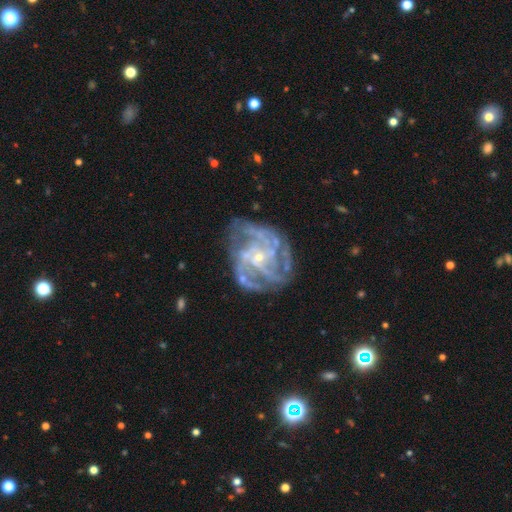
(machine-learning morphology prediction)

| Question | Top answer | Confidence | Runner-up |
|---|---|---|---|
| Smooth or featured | featured or disk | 87% | star or artifact (8%) |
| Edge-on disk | no | 97% | yes (3%) |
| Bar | no | 57% | weak (33%) |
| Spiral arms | yes | 94% | no (6%) |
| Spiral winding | tight | 49% | medium (41%) |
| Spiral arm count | can't tell | 25% | tied: 4 (25%) |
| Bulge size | small | 75% | moderate (18%) |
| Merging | none | 66% | minor disturbance (19%) |